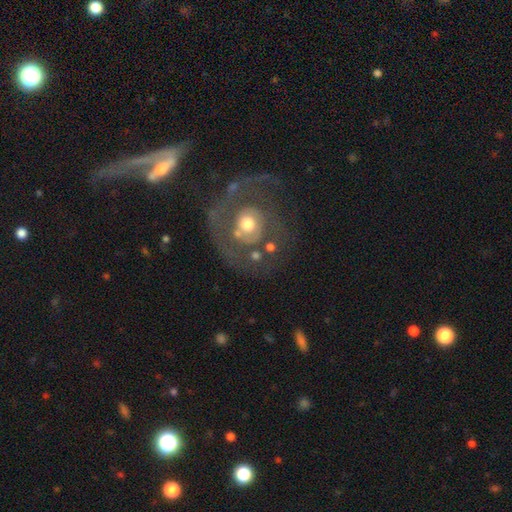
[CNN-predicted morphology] type=featured or disk (68%); edge-on=no (97%); bar=no (85%); spiral arms=yes (56%); bulge=moderate (68%); merging=none (57%).